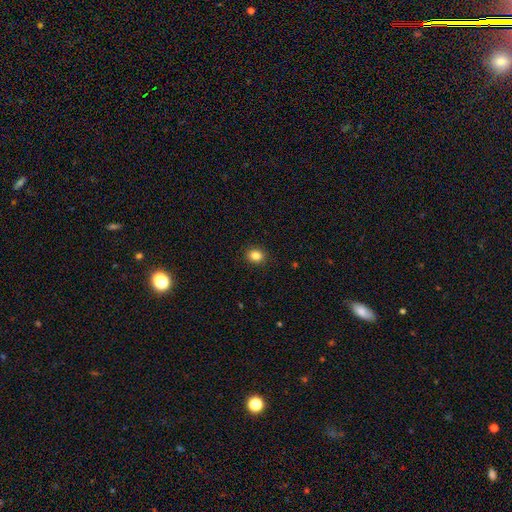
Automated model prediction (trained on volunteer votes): A smooth galaxy with no disk features (85%) that is round (64%).

Vote fractions:
- Smooth or featured? smooth: 85% / star or artifact: 11% / featured or disk: 5%
- How rounded? round: 64% / in between: 35% / cigar-shaped: 1%
- Merging? none: 91% / minor disturbance: 7% / major disturbance: 2% / merger: 1%